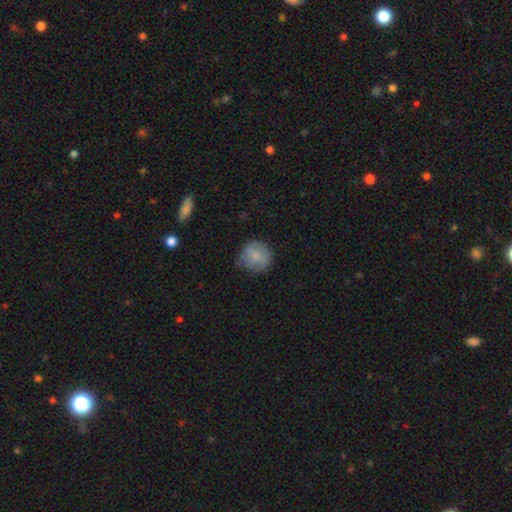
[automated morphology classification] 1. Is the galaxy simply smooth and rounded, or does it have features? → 75% smooth, 18% featured or disk, 7% star or artifact.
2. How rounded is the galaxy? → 89% round, 10% in between, 1% cigar-shaped.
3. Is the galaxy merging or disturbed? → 69% none, 24% minor disturbance, 6% major disturbance, 1% merger.